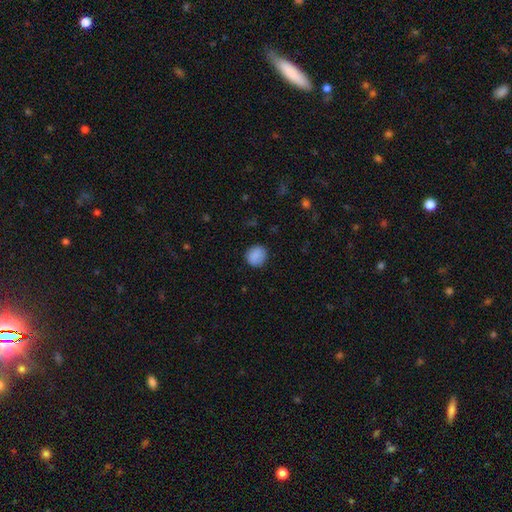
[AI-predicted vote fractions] smooth_or_featured: smooth (p=0.88) [alt: star or artifact p=0.08]
how_rounded: round (p=0.81) [alt: in between p=0.18]
merging: none (p=0.86) [alt: minor disturbance p=0.11]